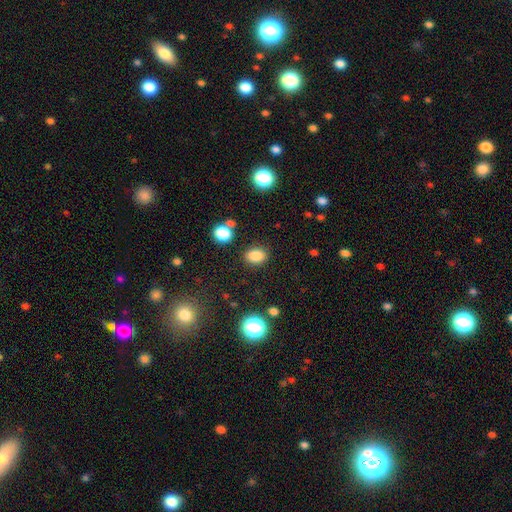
This appears to be a smooth galaxy with no disk features (90%) that is in between round and cigar-shaped (81%). Merging: none (97%).